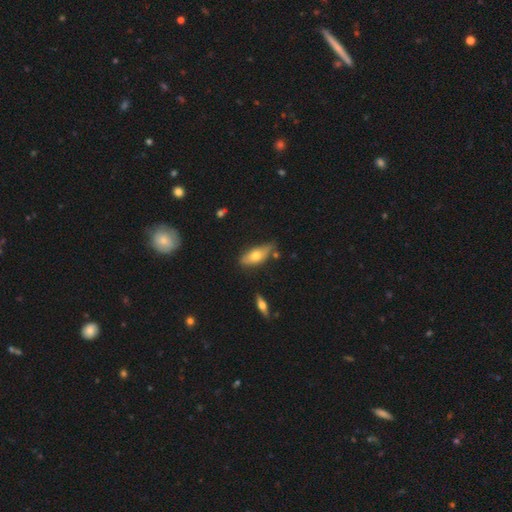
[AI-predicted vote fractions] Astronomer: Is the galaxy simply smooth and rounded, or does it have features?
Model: smooth — 63%.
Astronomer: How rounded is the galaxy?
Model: in between — 75%.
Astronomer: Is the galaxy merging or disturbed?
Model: none — 66%.